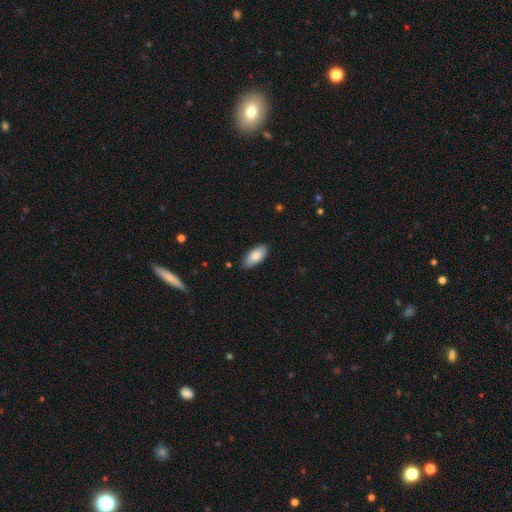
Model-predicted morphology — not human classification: smooth_or_featured: smooth (p=0.81) [alt: featured or disk p=0.13]
how_rounded: in between (p=0.89) [alt: cigar-shaped p=0.09]
merging: none (p=0.82) [alt: minor disturbance p=0.15]